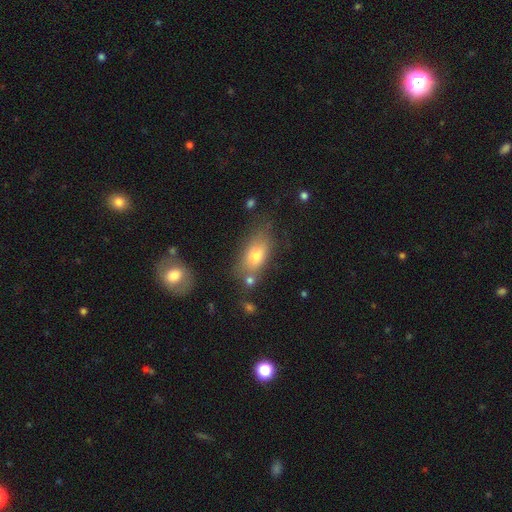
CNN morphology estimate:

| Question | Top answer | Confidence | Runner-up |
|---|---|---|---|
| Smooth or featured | smooth | 70% | featured or disk (20%) |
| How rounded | in between | 83% | cigar-shaped (10%) |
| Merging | none | 62% | minor disturbance (20%) |